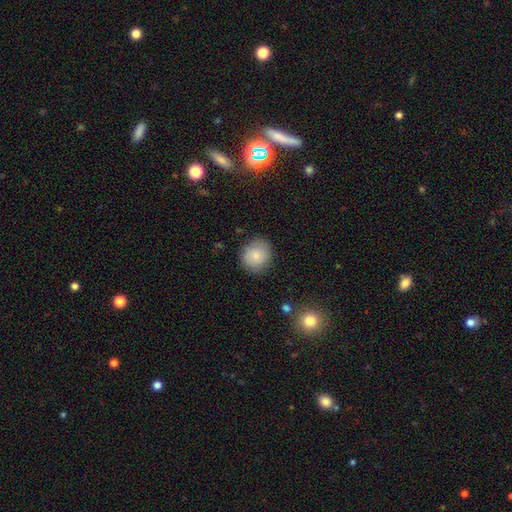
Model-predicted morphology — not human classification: This is clearly a smooth galaxy (83%). How rounded: likely round (79%). Merging: clearly none (84%).